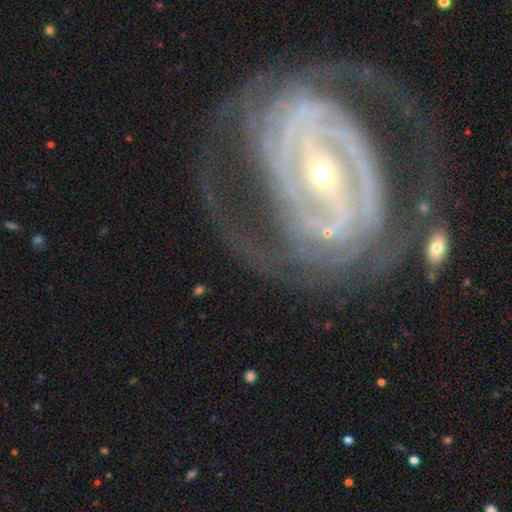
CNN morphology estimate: Overall: featured or disk (91%). Edge-on disk: no (97%). Bar: strong (50%; weak 30%). Spiral arms: yes (97%). Spiral arm count: 2 (39%; can't tell 20%). Spiral winding: tight (62%; medium 30%). Bulge size: small (81%). Merging: none (59%; major disturbance 20%).